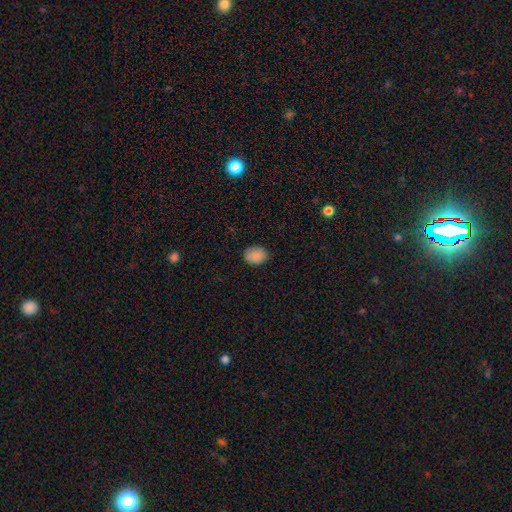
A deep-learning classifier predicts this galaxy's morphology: smooth 88%, star or artifact 8%, featured or disk 4%. Down the decision tree: how rounded — in between (63%); merging — none (85%).